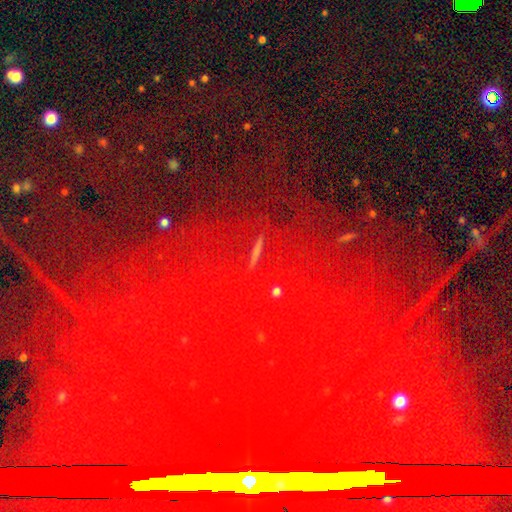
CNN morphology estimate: Overall: star or artifact (86%).